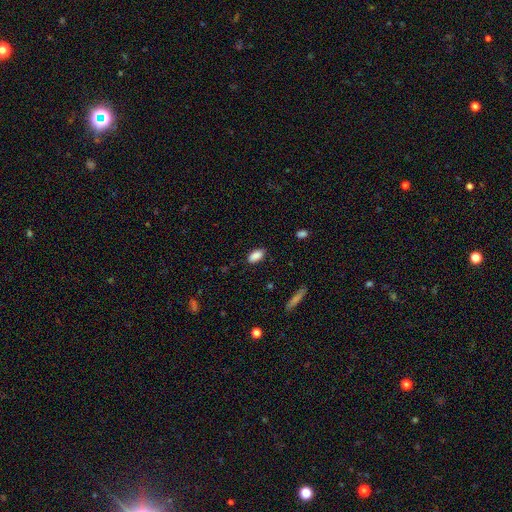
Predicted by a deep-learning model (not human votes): Overall: smooth (88%). How rounded: in between (91%). Merging: none (86%).